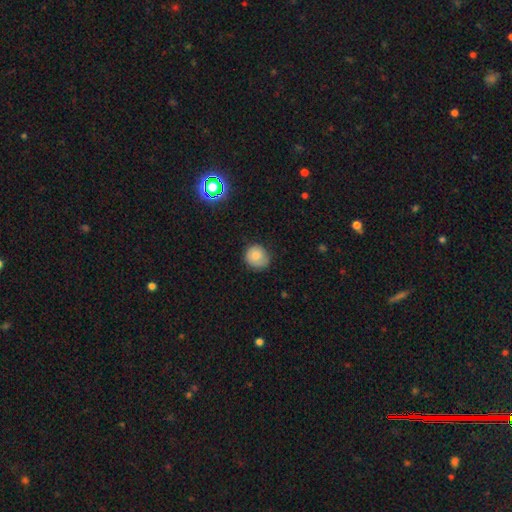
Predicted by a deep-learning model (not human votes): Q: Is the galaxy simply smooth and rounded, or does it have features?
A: smooth — 81%.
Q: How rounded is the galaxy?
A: round — 83%.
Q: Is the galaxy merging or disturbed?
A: none — 72%.